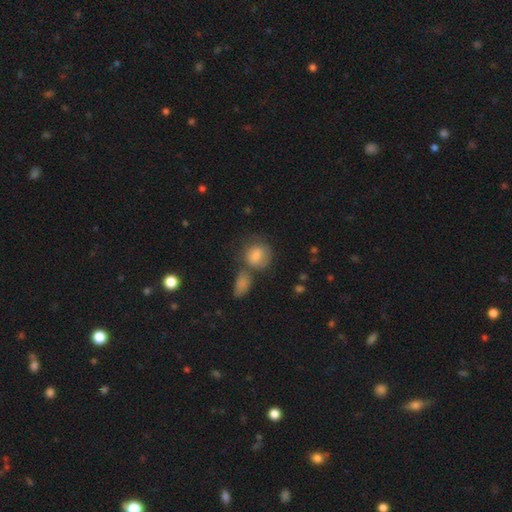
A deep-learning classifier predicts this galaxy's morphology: A smooth galaxy with no disk features (72%) that is round (63%).

Vote fractions:
- Smooth or featured? smooth: 72% / featured or disk: 16% / star or artifact: 12%
- How rounded? round: 63% / in between: 35% / cigar-shaped: 2%
- Merging? none: 49% / merger: 27% / minor disturbance: 16% / major disturbance: 8%